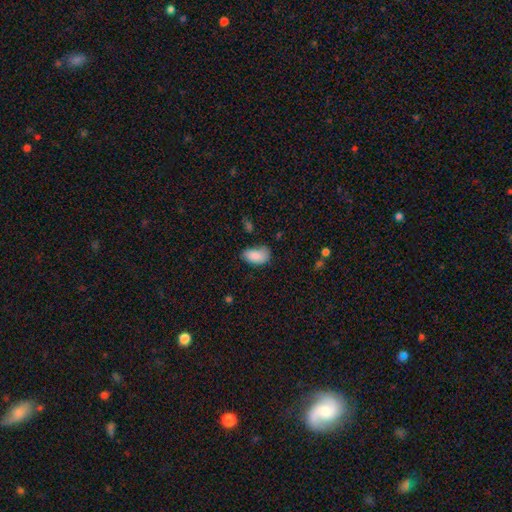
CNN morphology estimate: Overall: smooth (87%). How rounded: in between (93%). Merging: none (57%; minor disturbance 32%).